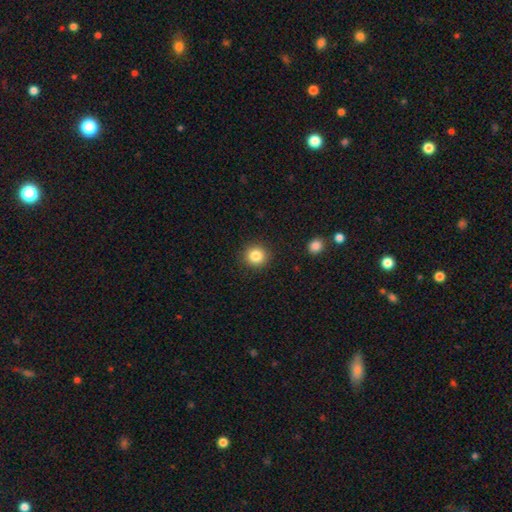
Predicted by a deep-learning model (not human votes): This appears to be a smooth galaxy with no disk features (84%) that is round (92%). Merging: none (90%).